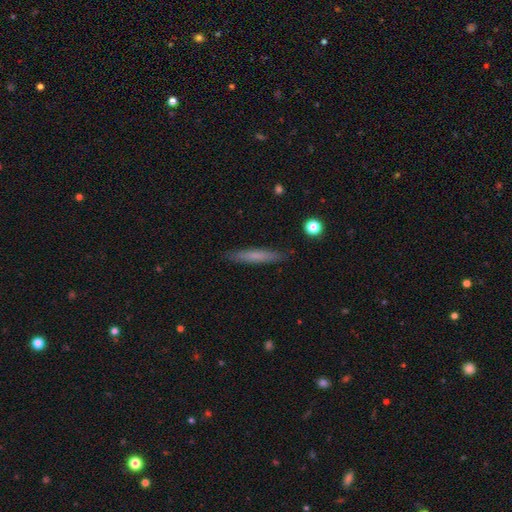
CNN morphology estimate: Q: Smooth or featured?
A: smooth (63%); runner-up: featured or disk (30%)
Q: How rounded?
A: cigar-shaped (94%); runner-up: in between (5%)
Q: Merging?
A: none (89%); runner-up: minor disturbance (8%)